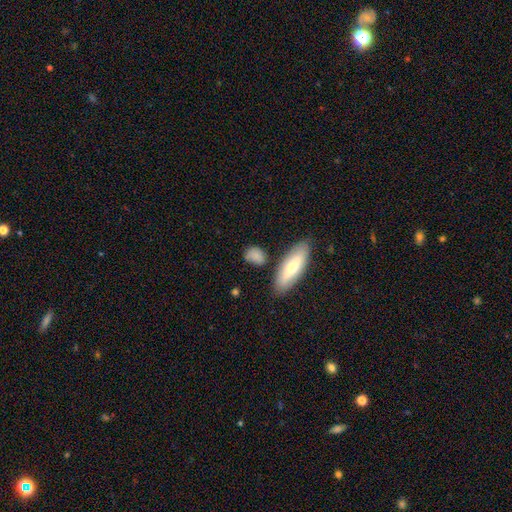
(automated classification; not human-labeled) Overall: smooth (82%). How rounded: in between (69%). Merging: none (71%).